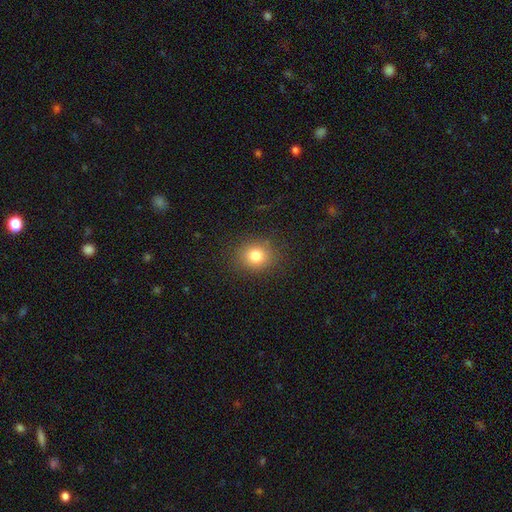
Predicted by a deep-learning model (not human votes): A smooth galaxy with no disk features (79%) that is round (78%).

Vote fractions:
- Smooth or featured? smooth: 79% / star or artifact: 13% / featured or disk: 8%
- How rounded? round: 78% / in between: 21% / cigar-shaped: 1%
- Merging? none: 87% / minor disturbance: 9% / major disturbance: 4% / merger: 1%